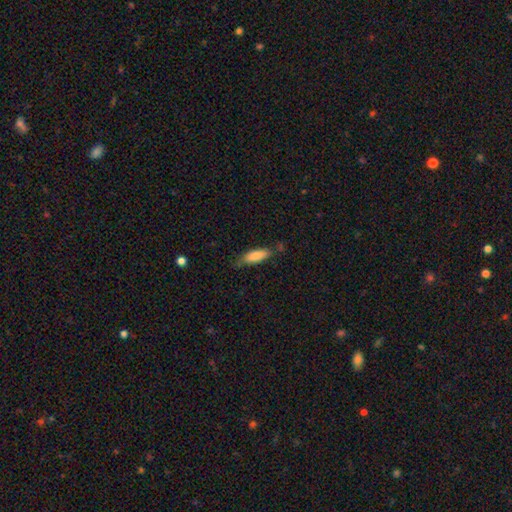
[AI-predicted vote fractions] This appears to be a smooth galaxy with no disk features (81%) that is in between round and cigar-shaped (61%). Merging: none (60%).